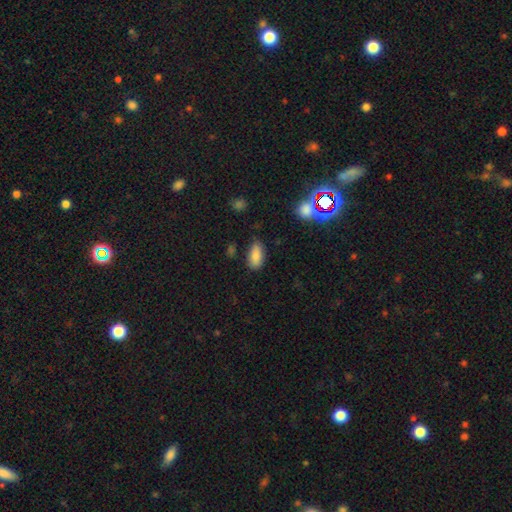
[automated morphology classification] Q: Smooth or featured?
A: smooth (85%); runner-up: star or artifact (8%)
Q: How rounded?
A: in between (90%); runner-up: cigar-shaped (7%)
Q: Merging?
A: none (77%); runner-up: minor disturbance (17%)